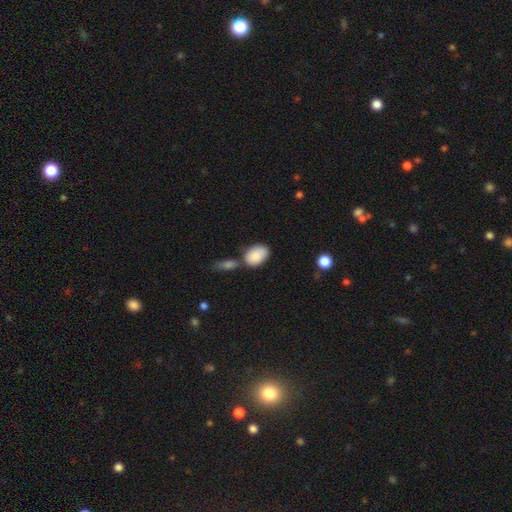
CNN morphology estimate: smooth-or-featured: smooth: 87% | featured or disk: 7% | star or artifact: 6%
  how-rounded: in between: 87% | round: 11% | cigar-shaped: 1%
  merging: none: 56% | merger: 22% | minor disturbance: 17% | major disturbance: 5%